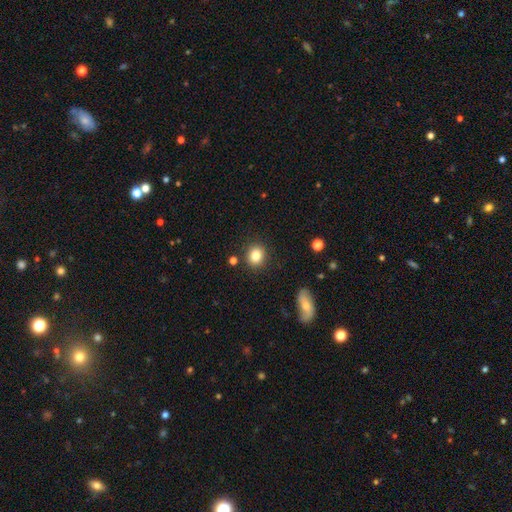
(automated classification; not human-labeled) Smooth or featured: smooth — 84% (star or artifact — 10%)
How rounded: round — 75% (in between — 24%)
Merging: none — 87% (minor disturbance — 8%)